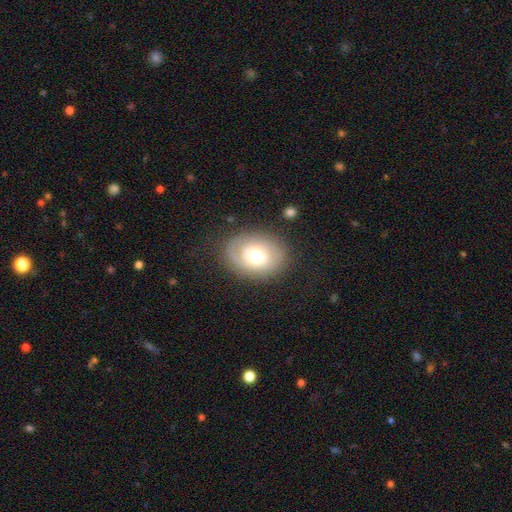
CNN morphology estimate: Smooth or featured: featured or disk — 48% (smooth — 44%)
Merging: none — 77% (minor disturbance — 15%)